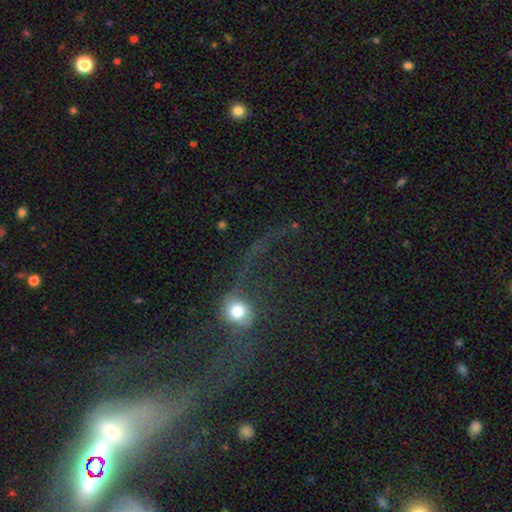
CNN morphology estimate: smooth_or_featured: featured or disk (p=0.67) [alt: smooth p=0.17]
disk_edge_on: no (p=0.94) [alt: yes p=0.06]
bar: no (p=0.61) [alt: weak p=0.26]
has_spiral_arms: yes (p=0.81) [alt: no p=0.19]
spiral_winding: loose (p=0.88) [alt: medium p=0.09]
spiral_arm_count: 2 (p=0.83) [alt: 1 p=0.08]
bulge_size: moderate (p=0.47) [alt: small p=0.26]
merging: none (p=0.36) [alt: major disturbance p=0.31]